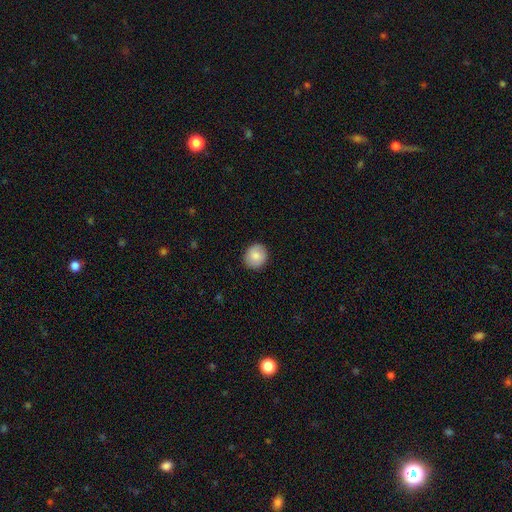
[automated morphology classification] type=smooth (82%); roundness=round (81%); merging=none (89%).